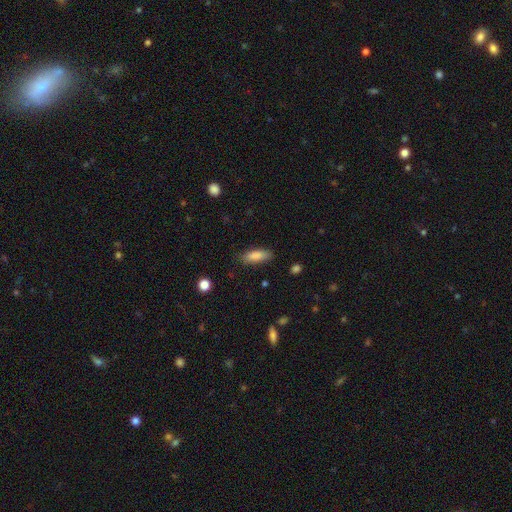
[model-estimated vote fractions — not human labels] Smooth or featured: smooth — 86% (featured or disk — 8%)
How rounded: in between — 60% (cigar-shaped — 38%)
Merging: none — 84% (minor disturbance — 12%)